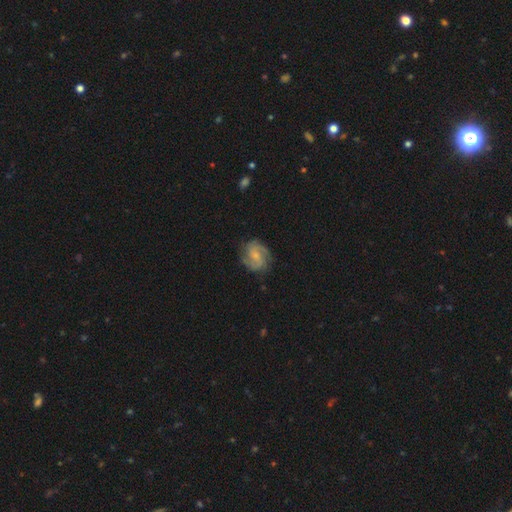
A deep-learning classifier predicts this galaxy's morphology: Smooth or featured: featured or disk — 75% (smooth — 18%)
Edge-on disk: no — 98% (yes — 2%)
Bar: weak — 46% (no — 43%)
Spiral arms: yes — 95% (no — 5%)
Spiral winding: medium — 50% (tight — 31%)
Spiral arm count: 2 — 70% (3 — 11%)
Bulge size: small — 51% (moderate — 28%)
Merging: none — 75% (minor disturbance — 17%)